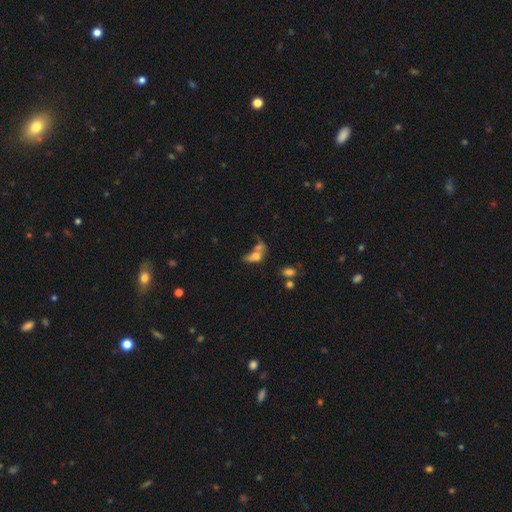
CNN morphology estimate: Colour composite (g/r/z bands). It shows a smooth galaxy with no disk features (60%) that is in between round and cigar-shaped (73%). Merging: merger (45%).